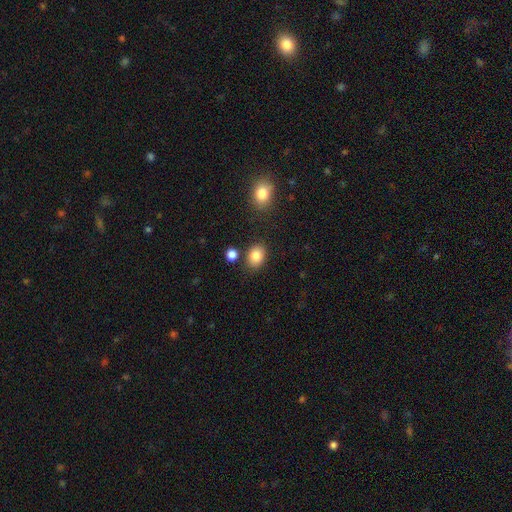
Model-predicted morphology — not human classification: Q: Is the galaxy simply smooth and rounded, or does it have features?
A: smooth — 85%.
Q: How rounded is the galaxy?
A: in between — 68%.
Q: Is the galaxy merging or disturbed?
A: none — 81%.